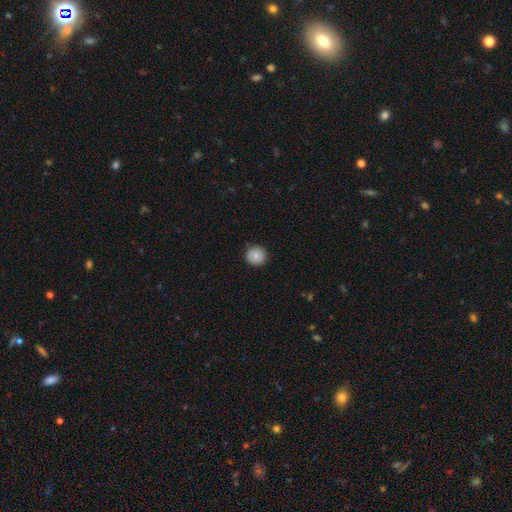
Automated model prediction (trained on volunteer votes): smooth 82%, featured or disk 10%, star or artifact 8%. Down the decision tree: how rounded — round (95%); merging — none (90%).